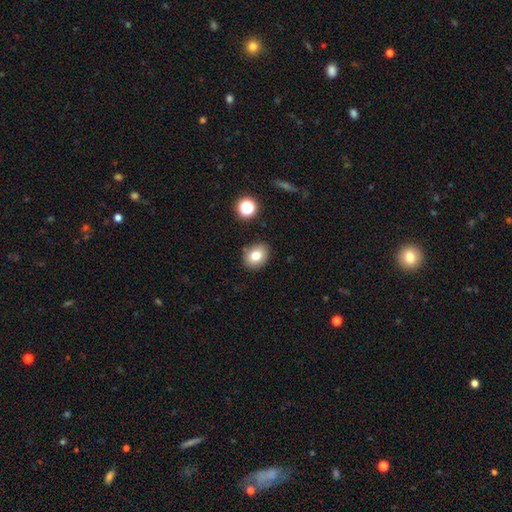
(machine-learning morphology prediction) smooth-or-featured: smooth: 78% | star or artifact: 12% | featured or disk: 10%
  how-rounded: round: 50% | in between: 49% | cigar-shaped: 1%
  merging: none: 85% | minor disturbance: 10% | merger: 3% | major disturbance: 2%